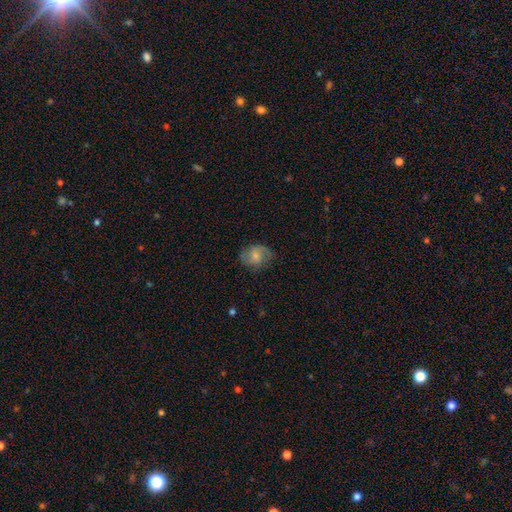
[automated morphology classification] smooth-or-featured: smooth: 47% | featured or disk: 45% | star or artifact: 8%
  merging: none: 73% | minor disturbance: 19% | major disturbance: 7% | merger: 1%